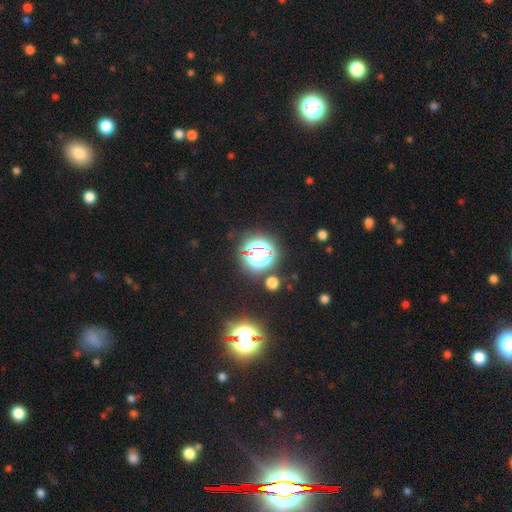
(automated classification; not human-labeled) This is possibly a star or artifact rather than a galaxy (55%).